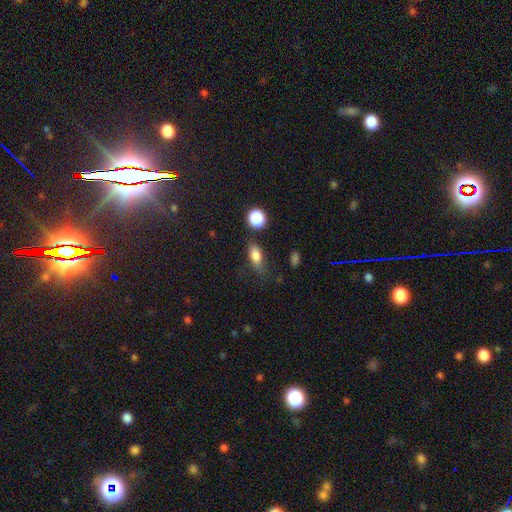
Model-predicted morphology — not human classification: This appears to be a smooth galaxy with no disk features (79%) that is in between round and cigar-shaped (74%). Merging: none (61%).